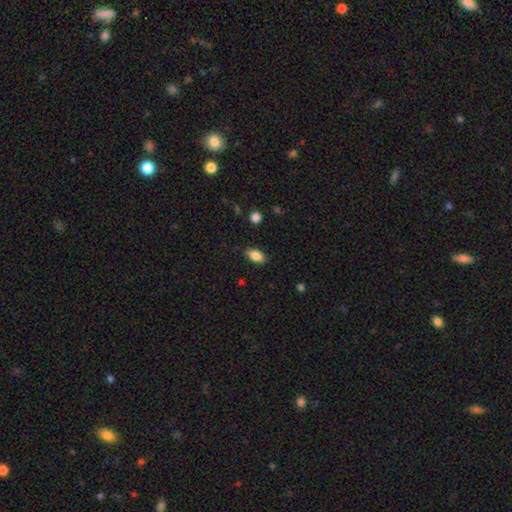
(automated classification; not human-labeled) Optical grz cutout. It shows a smooth galaxy with no disk features (86%) that is in between round and cigar-shaped (90%). Merging: none (85%).